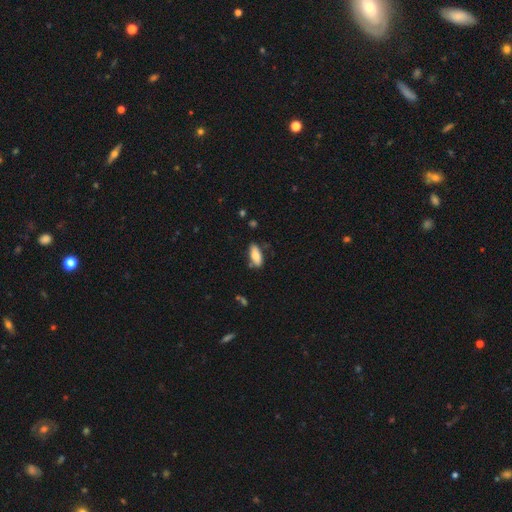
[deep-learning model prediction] Smooth or featured? Predicted: smooth (p=0.79). How rounded? Predicted: in between (p=0.79). Merging? Predicted: none (p=0.76).